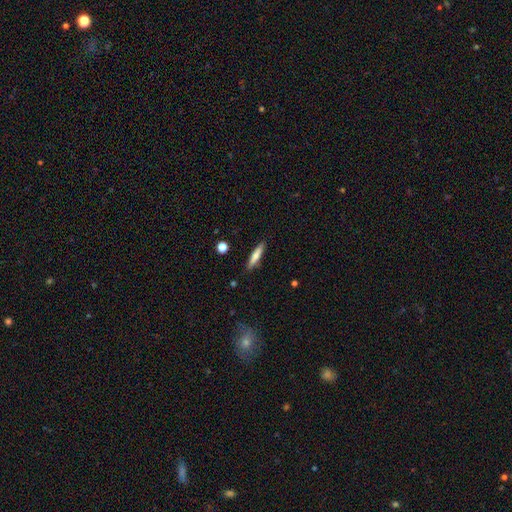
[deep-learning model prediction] Smooth or featured?
  - smooth: 68% *
  - featured or disk: 25%
  - star or artifact: 7%
How rounded?
  - cigar-shaped: 85% *
  - in between: 13%
  - round: 2%
Merging?
  - none: 88% *
  - minor disturbance: 9%
  - major disturbance: 2%
  - merger: 1%